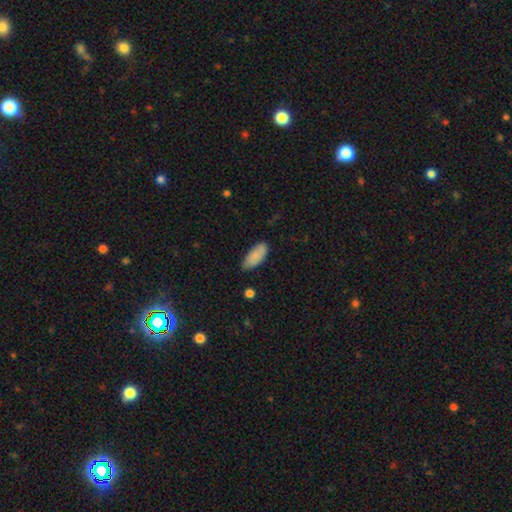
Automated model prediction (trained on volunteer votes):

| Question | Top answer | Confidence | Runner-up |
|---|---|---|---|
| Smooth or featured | smooth | 87% | featured or disk (7%) |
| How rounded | in between | 88% | cigar-shaped (11%) |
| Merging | none | 73% | minor disturbance (22%) |